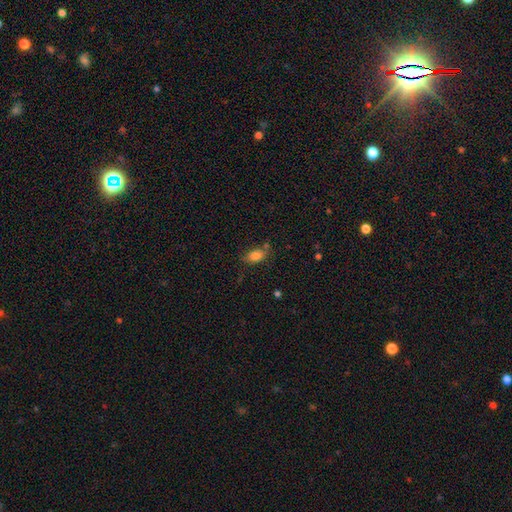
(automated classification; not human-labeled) Morphology: type=smooth (82%); roundness=in between (86%); merging=none (65%).